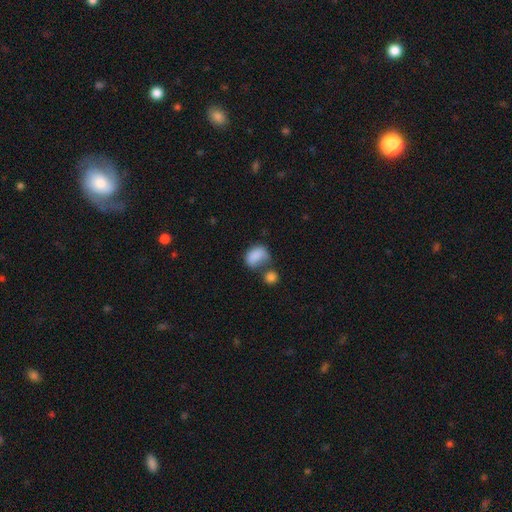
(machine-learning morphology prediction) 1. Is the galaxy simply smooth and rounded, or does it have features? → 84% smooth, 8% star or artifact, 8% featured or disk.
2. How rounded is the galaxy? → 80% in between, 19% round, 1% cigar-shaped.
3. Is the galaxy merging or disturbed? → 35% merger, 33% none, 20% minor disturbance, 12% major disturbance.